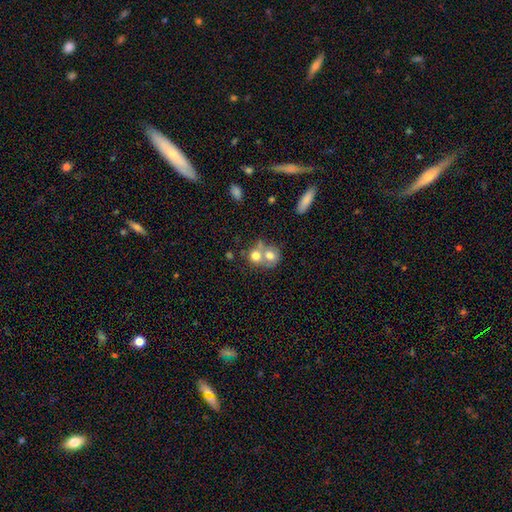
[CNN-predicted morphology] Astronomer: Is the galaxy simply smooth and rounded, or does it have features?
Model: smooth — 70%.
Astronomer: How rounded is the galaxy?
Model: round — 73%.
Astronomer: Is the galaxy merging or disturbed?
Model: merger — 63%.